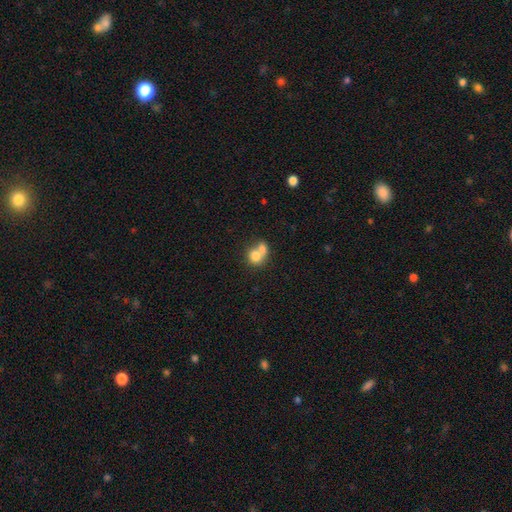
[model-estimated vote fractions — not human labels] Smooth or featured: smooth — 74% (featured or disk — 17%)
How rounded: round — 68% (in between — 31%)
Merging: merger — 67% (none — 23%)